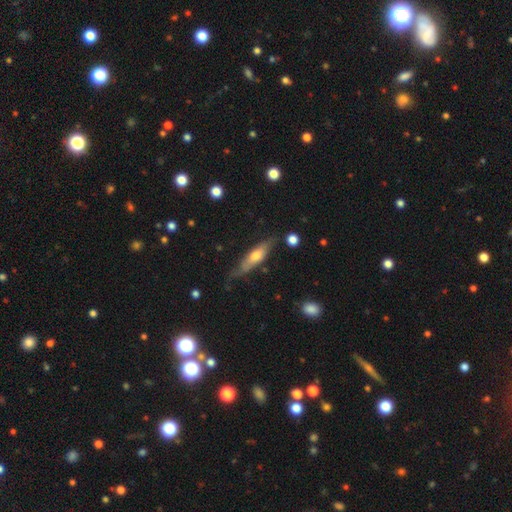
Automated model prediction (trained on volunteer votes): Smooth or featured? smooth (48%)
Merging? none (63%)